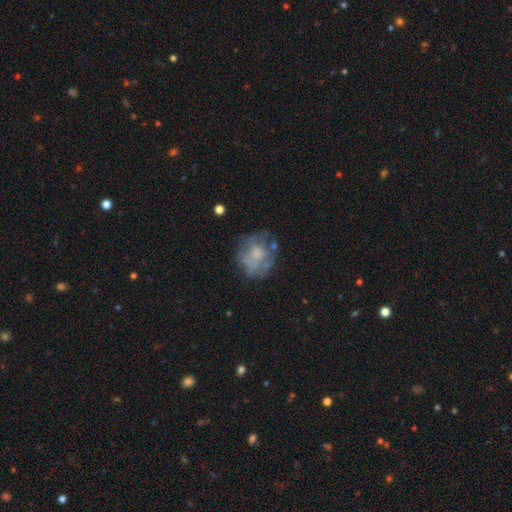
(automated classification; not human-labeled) Q: Smooth or featured?
A: featured or disk (46%); runner-up: smooth (43%)
Q: Merging?
A: none (57%); runner-up: minor disturbance (22%)